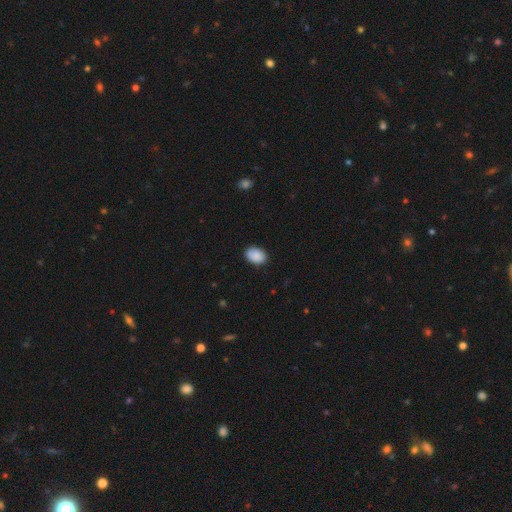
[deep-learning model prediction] Smooth or featured?
  - smooth: 89% *
  - star or artifact: 7%
  - featured or disk: 4%
How rounded?
  - in between: 82% *
  - round: 17%
  - cigar-shaped: 1%
Merging?
  - none: 85% *
  - minor disturbance: 12%
  - major disturbance: 2%
  - merger: 1%